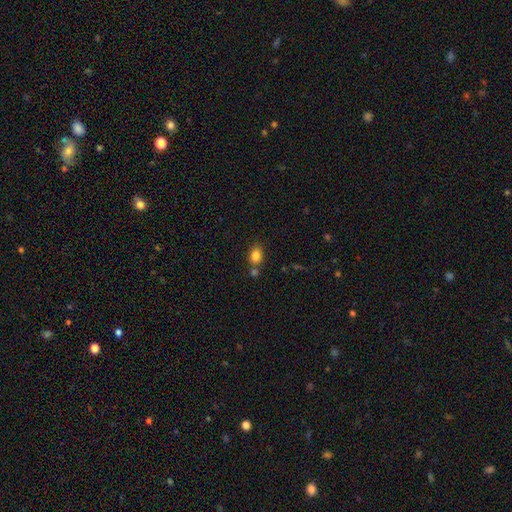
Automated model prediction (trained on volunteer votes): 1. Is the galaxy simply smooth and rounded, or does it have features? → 83% smooth, 11% star or artifact, 6% featured or disk.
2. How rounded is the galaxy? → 55% in between, 44% round, 1% cigar-shaped.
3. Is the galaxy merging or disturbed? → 67% none, 18% merger, 12% minor disturbance, 3% major disturbance.